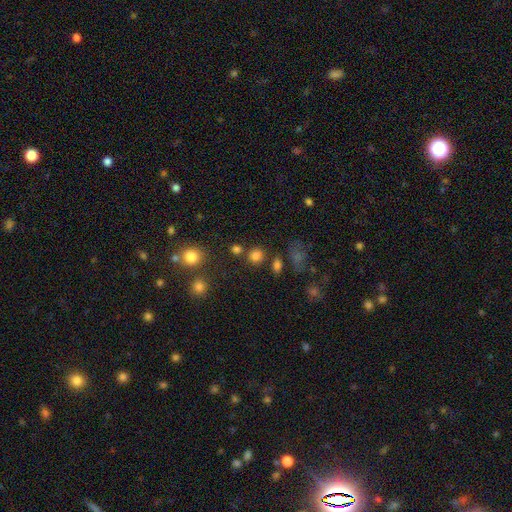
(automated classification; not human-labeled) A smooth galaxy with no disk features (80%) that is round (81%). Merging: none (75%).